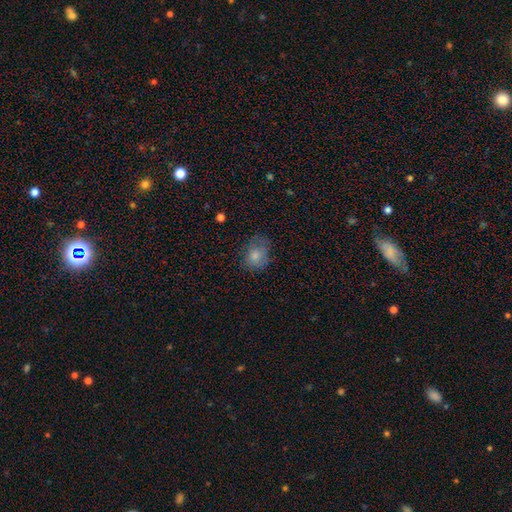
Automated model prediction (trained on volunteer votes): This appears to be a smooth galaxy with no disk features (78%) that is in between round and cigar-shaped (50%). Merging: none (56%).